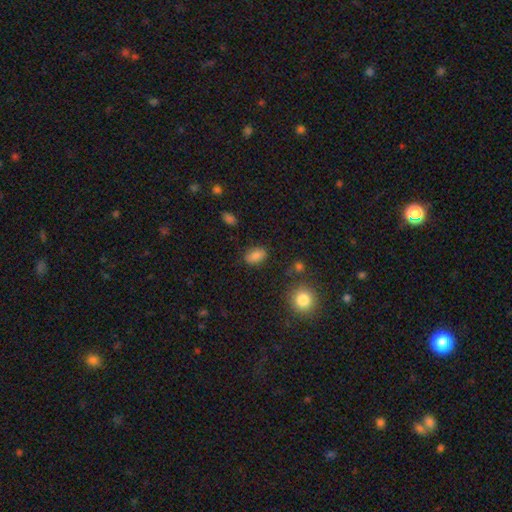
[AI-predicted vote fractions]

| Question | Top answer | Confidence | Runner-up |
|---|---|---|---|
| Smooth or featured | smooth | 82% | star or artifact (10%) |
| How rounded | in between | 85% | round (13%) |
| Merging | none | 82% | minor disturbance (12%) |